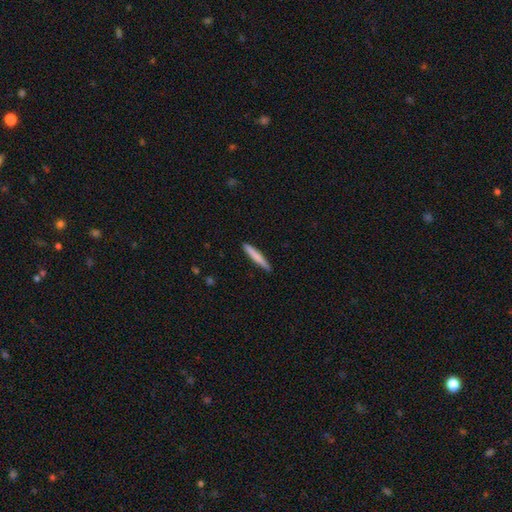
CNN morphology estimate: This is likely a smooth galaxy (73%). How rounded: clearly cigar-shaped (95%). Merging: clearly none (88%).